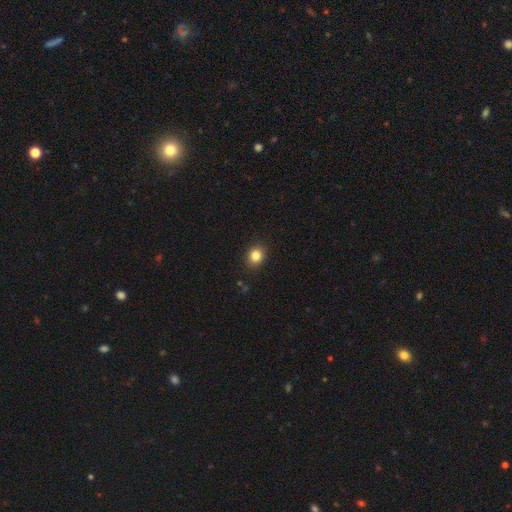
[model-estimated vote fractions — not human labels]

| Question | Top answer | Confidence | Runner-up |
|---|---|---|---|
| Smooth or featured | smooth | 83% | star or artifact (11%) |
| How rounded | round | 67% | in between (33%) |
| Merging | none | 89% | minor disturbance (8%) |